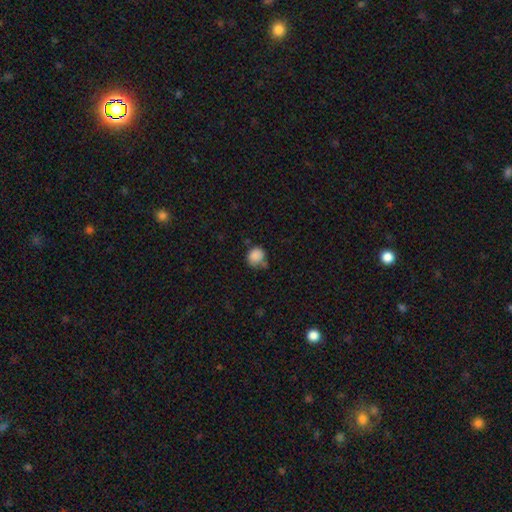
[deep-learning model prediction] smooth-or-featured: smooth: 86% | star or artifact: 9% | featured or disk: 5%
  how-rounded: round: 79% | in between: 21% | cigar-shaped: 1%
  merging: none: 57% | minor disturbance: 27% | merger: 9% | major disturbance: 7%